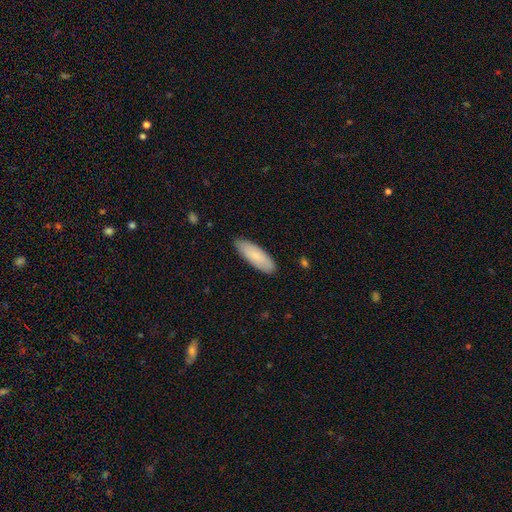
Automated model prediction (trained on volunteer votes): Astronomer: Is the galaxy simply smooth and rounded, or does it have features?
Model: smooth — 77%.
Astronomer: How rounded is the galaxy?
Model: in between — 63%.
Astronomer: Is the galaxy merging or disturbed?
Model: none — 85%.